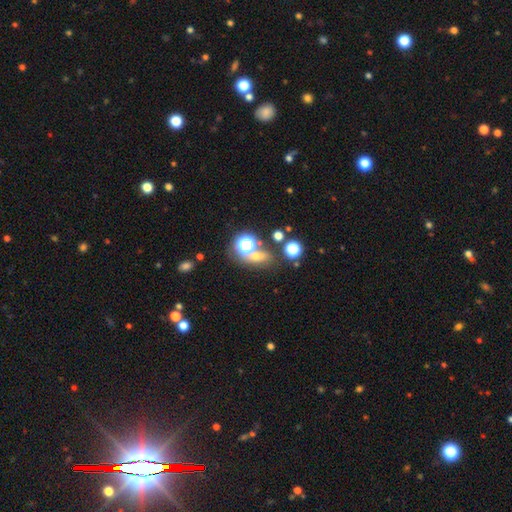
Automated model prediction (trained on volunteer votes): Smooth or featured?
  - smooth: 47% *
  - star or artifact: 41%
  - featured or disk: 13%
Merging?
  - none: 58% *
  - merger: 24%
  - minor disturbance: 11%
  - major disturbance: 7%